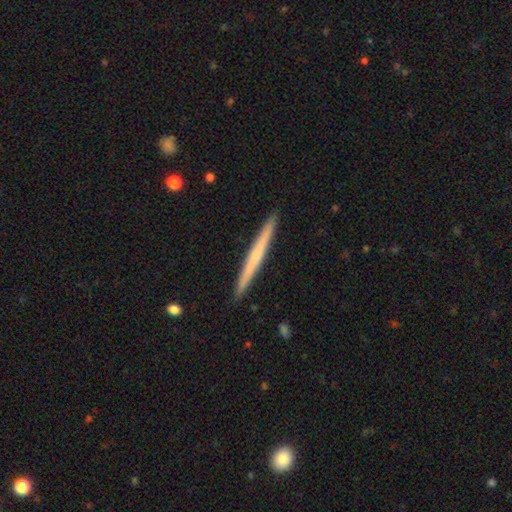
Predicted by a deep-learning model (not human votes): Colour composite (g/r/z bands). It shows a smooth galaxy with no disk features (49%). Merging: none (93%).